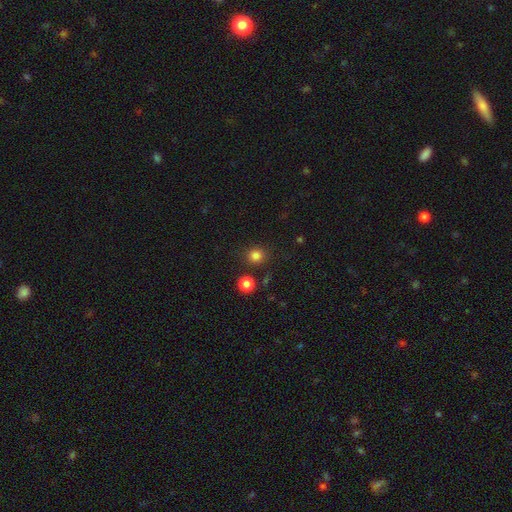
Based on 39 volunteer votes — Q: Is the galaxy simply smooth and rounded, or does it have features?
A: smooth — 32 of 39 (82%).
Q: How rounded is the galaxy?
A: round — 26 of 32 (81%).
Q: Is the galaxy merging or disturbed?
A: none — 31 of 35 (89%).